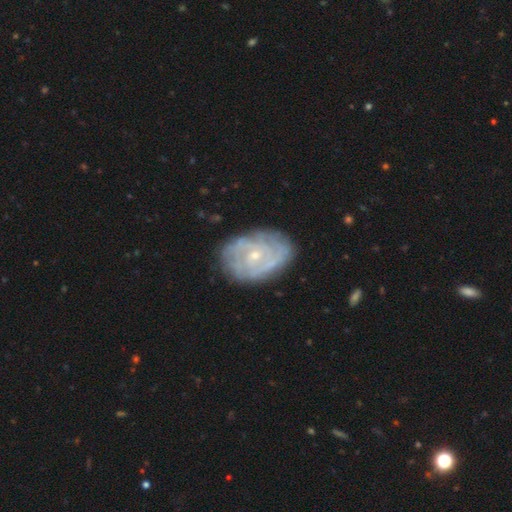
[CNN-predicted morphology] type=featured or disk (75%); edge-on=no (96%); bar=no (69%); spiral arms=yes (84%); winding=tight (63%); arm count=can't tell (48%); bulge=small (72%); merging=none (77%).